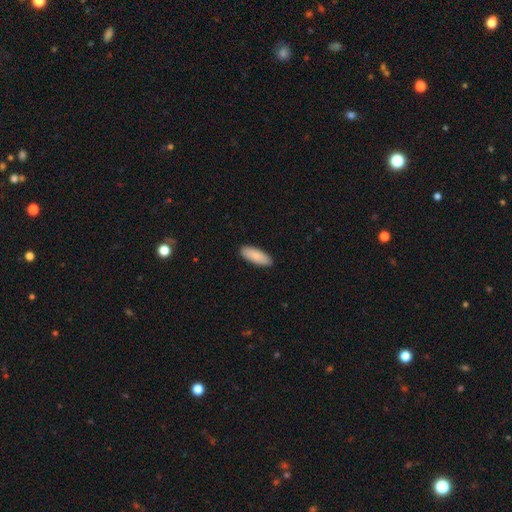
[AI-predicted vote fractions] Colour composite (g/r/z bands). It shows a smooth galaxy with no disk features (89%) that is in between round and cigar-shaped (72%). Merging: none (90%).